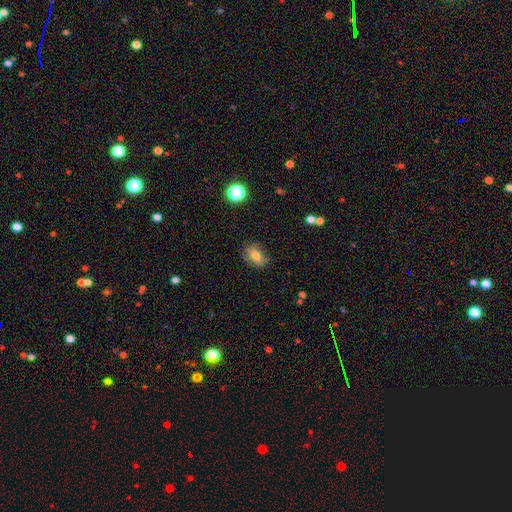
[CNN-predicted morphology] Smooth or featured? Predicted: smooth (p=0.68). How rounded? Predicted: in between (p=0.71). Merging? Predicted: none (p=0.76).